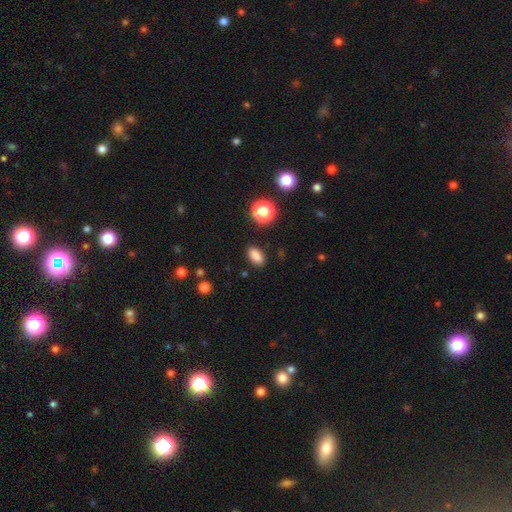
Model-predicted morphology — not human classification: type=smooth (85%); roundness=in between (87%); merging=none (87%).